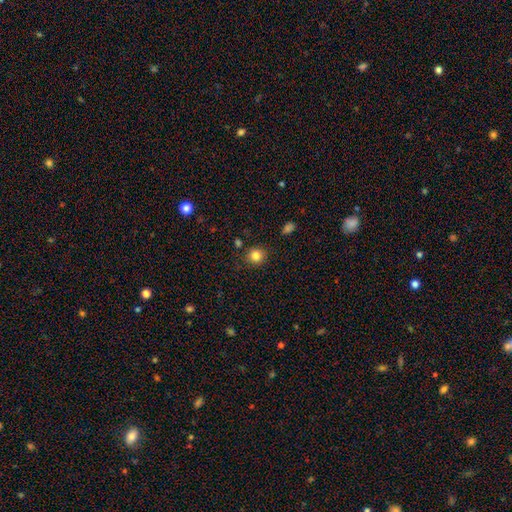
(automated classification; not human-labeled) A smooth galaxy with no disk features (84%) that is round (88%).

Vote fractions:
- Smooth or featured? smooth: 84% / star or artifact: 11% / featured or disk: 5%
- How rounded? round: 88% / in between: 11% / cigar-shaped: 1%
- Merging? none: 85% / minor disturbance: 9% / merger: 3% / major disturbance: 3%